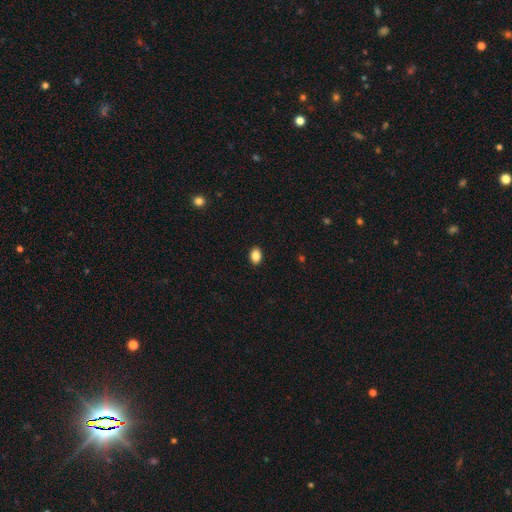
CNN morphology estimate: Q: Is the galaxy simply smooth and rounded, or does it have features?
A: smooth — 87%.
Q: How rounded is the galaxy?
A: in between — 75%.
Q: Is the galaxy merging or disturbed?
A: none — 90%.